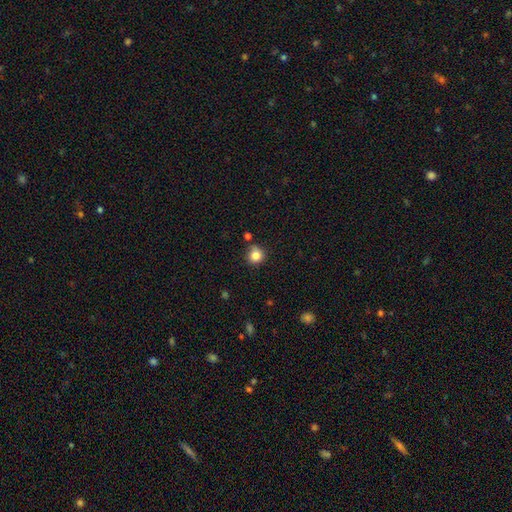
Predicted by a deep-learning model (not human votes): A smooth galaxy with no disk features (83%) that is round (90%).

Vote fractions:
- Smooth or featured? smooth: 83% / star or artifact: 11% / featured or disk: 6%
- How rounded? round: 90% / in between: 9% / cigar-shaped: 1%
- Merging? none: 77% / minor disturbance: 14% / merger: 6% / major disturbance: 3%